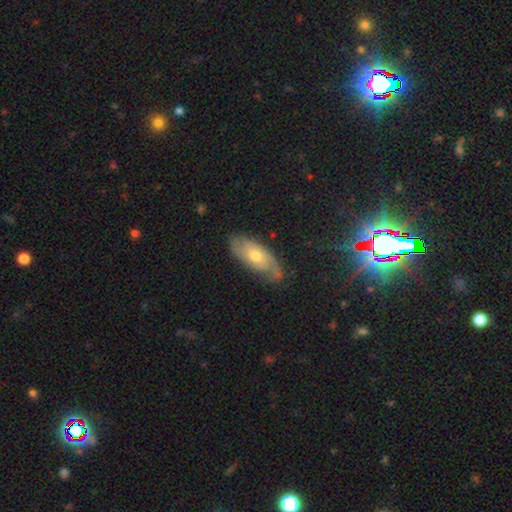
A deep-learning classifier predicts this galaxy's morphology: Q: Smooth or featured?
A: featured or disk (67%); runner-up: smooth (26%)
Q: Edge-on disk?
A: no (89%); runner-up: yes (11%)
Q: Bar?
A: no (69%); runner-up: weak (27%)
Q: Spiral arms?
A: yes (89%); runner-up: no (11%)
Q: Spiral winding?
A: tight (55%); runner-up: medium (33%)
Q: Spiral arm count?
A: 2 (50%); runner-up: can't tell (30%)
Q: Bulge size?
A: moderate (62%); runner-up: small (29%)
Q: Merging?
A: none (71%); runner-up: minor disturbance (21%)